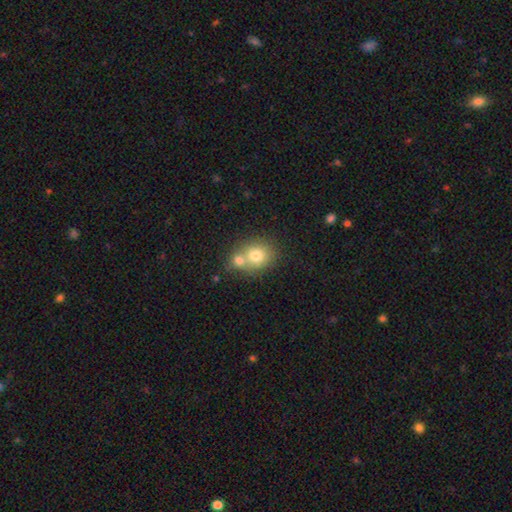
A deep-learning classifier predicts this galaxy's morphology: Smooth or featured?
  - smooth: 74% *
  - featured or disk: 16%
  - star or artifact: 10%
How rounded?
  - round: 71% *
  - in between: 28%
  - cigar-shaped: 1%
Merging?
  - merger: 52% *
  - none: 37%
  - minor disturbance: 8%
  - major disturbance: 3%